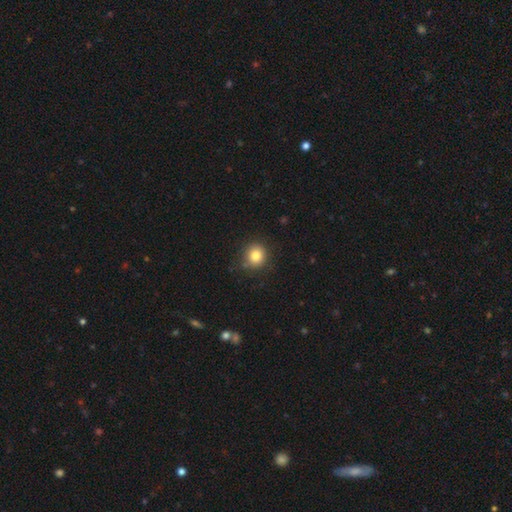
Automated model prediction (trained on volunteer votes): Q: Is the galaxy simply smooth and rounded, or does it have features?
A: smooth — 81%.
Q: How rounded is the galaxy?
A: round — 89%.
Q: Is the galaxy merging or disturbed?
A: none — 82%.